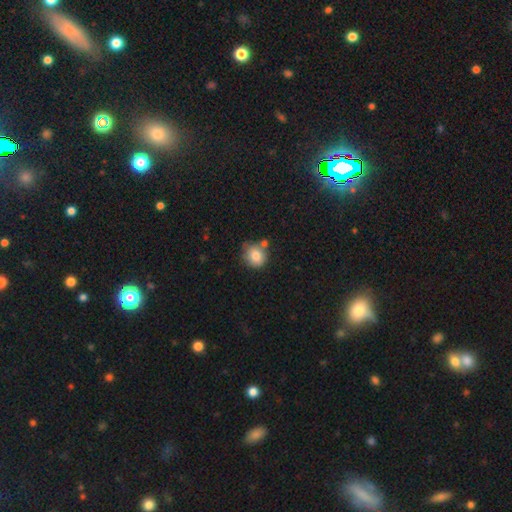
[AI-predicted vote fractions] This appears to be a smooth galaxy with no disk features (80%) that is round (81%). Merging: none (62%).